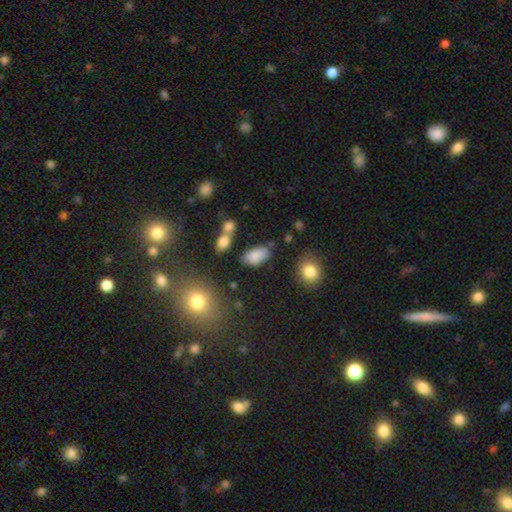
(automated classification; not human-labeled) Overall: smooth (83%). How rounded: in between (92%). Merging: none (71%).